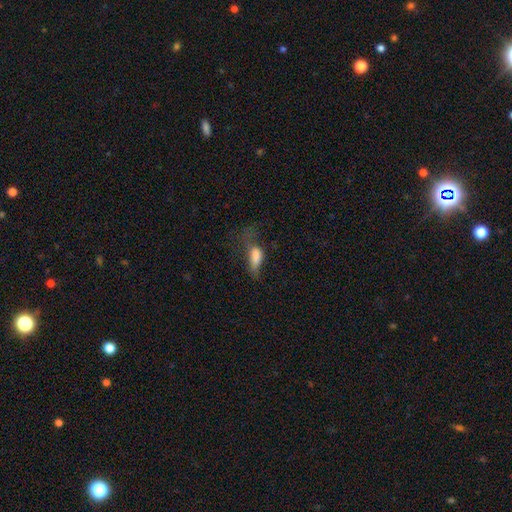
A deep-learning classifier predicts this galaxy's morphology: type=smooth (70%); roundness=in between (73%); merging=major disturbance (52%).